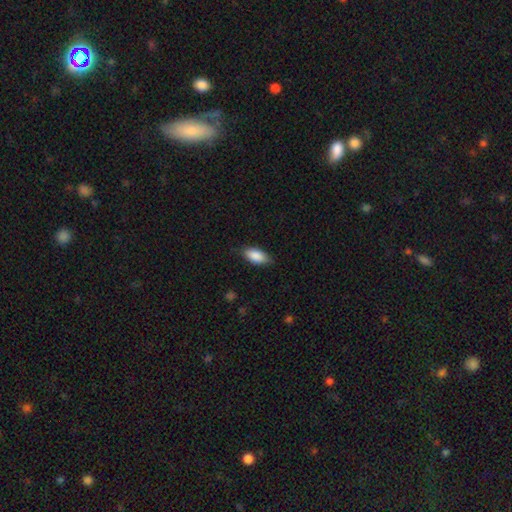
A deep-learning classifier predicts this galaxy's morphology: smooth 87%, featured or disk 7%, star or artifact 6%. Down the decision tree: how rounded — in between (89%); merging — none (81%).